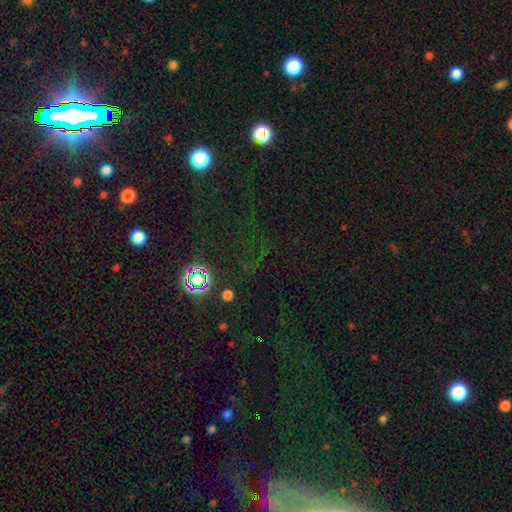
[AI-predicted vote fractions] A star or artifact, not a galaxy (65%).